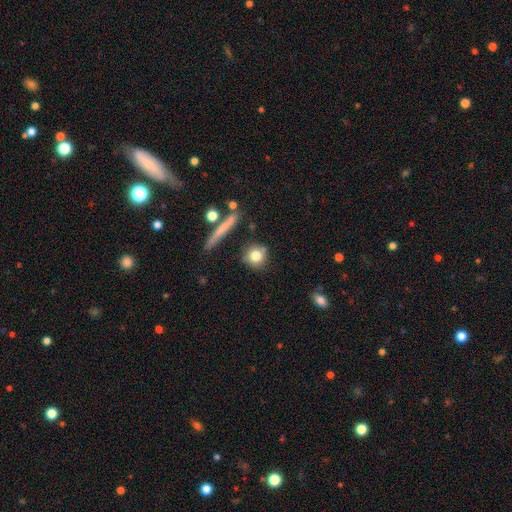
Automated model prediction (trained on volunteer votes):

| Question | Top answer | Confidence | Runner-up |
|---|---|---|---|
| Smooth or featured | smooth | 77% | featured or disk (13%) |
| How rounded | round | 85% | in between (10%) |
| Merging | none | 79% | minor disturbance (11%) |